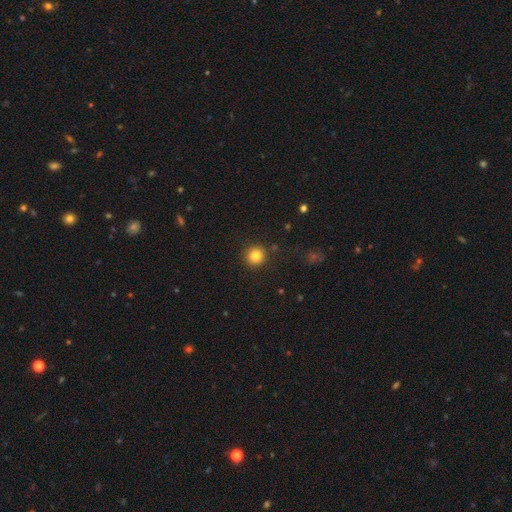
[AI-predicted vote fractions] This appears to be a smooth galaxy with no disk features (83%) that is round (94%). Merging: none (90%).